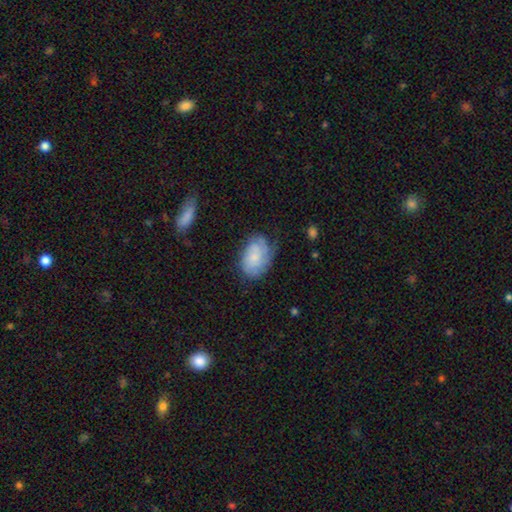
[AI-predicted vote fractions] Q: Smooth or featured?
A: smooth (47%); runner-up: featured or disk (45%)
Q: Merging?
A: none (59%); runner-up: minor disturbance (27%)